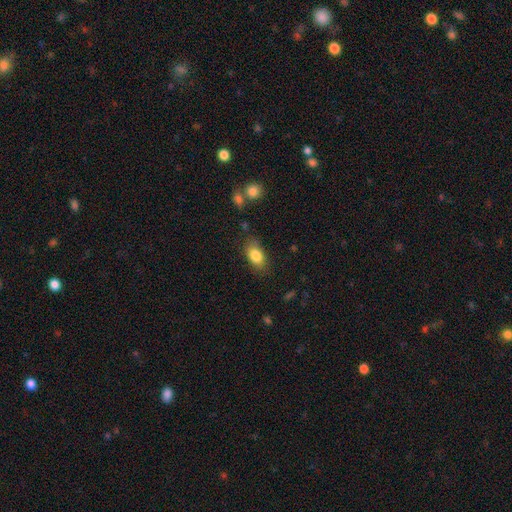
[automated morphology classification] This is clearly a smooth galaxy (84%). How rounded: clearly in between (87%). Merging: likely none (78%).